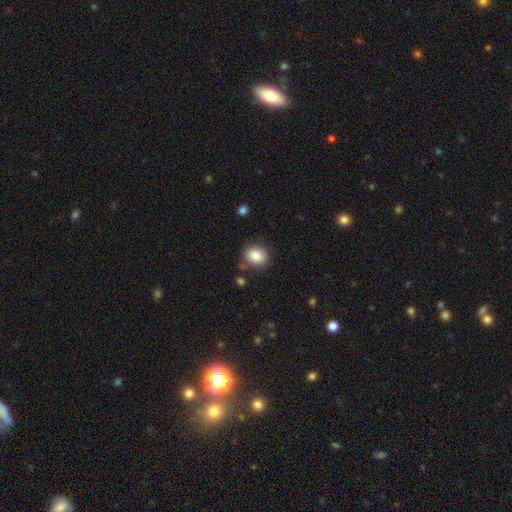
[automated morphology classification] Smooth or featured? Predicted: smooth (p=0.85). How rounded? Predicted: round (p=0.67). Merging? Predicted: none (p=0.81).